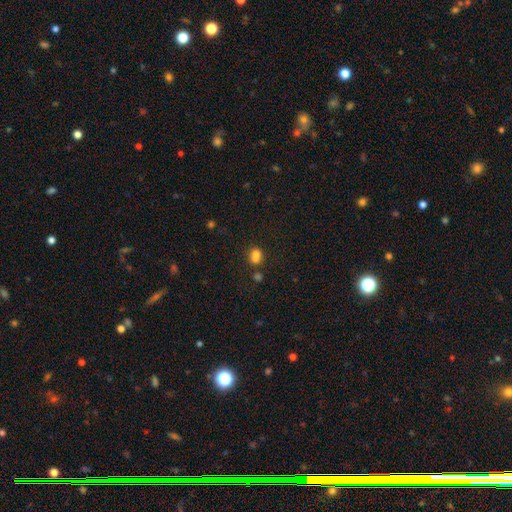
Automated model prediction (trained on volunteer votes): A smooth galaxy with no disk features (74%) that is round (57%).

Vote fractions:
- Smooth or featured? smooth: 74% / star or artifact: 14% / featured or disk: 12%
- How rounded? round: 57% / in between: 41% / cigar-shaped: 1%
- Merging? merger: 51% / none: 35% / minor disturbance: 10% / major disturbance: 4%